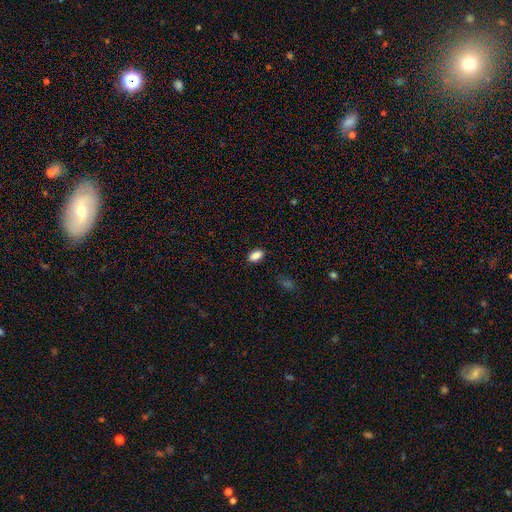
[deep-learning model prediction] A smooth galaxy with no disk features (87%) that is in between round and cigar-shaped (90%). Merging: none (85%).